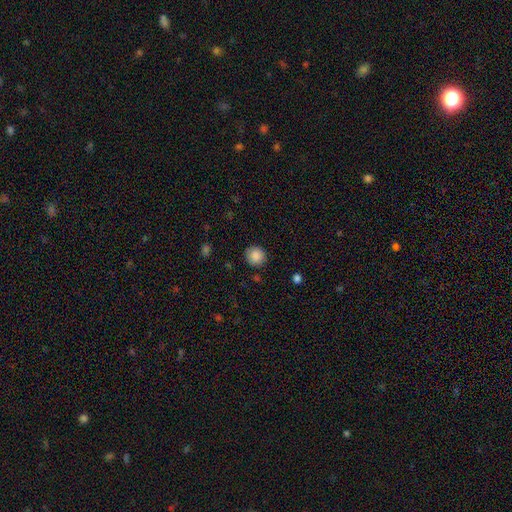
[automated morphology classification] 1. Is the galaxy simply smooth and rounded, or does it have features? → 88% smooth, 9% star or artifact, 4% featured or disk.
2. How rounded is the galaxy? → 93% round, 6% in between, 1% cigar-shaped.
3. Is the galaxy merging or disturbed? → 88% none, 8% minor disturbance, 2% major disturbance, 1% merger.